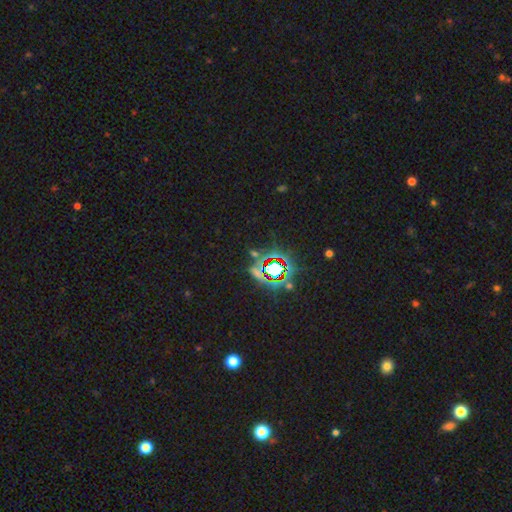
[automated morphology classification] smooth_or_featured: star or artifact (p=0.79) [alt: smooth p=0.12]